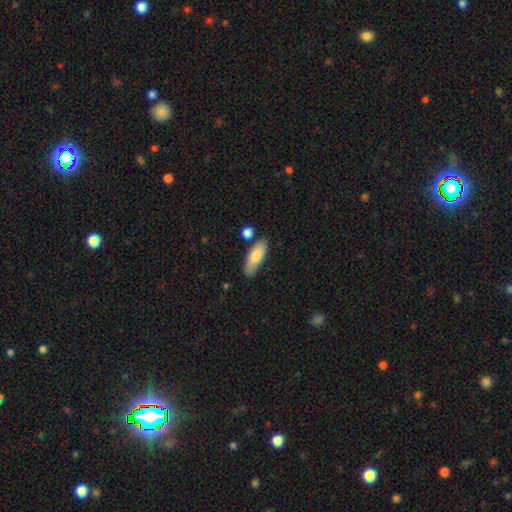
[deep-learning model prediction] smooth-or-featured: smooth: 80% | featured or disk: 14% | star or artifact: 6%
  how-rounded: in between: 70% | cigar-shaped: 28% | round: 2%
  merging: none: 75% | minor disturbance: 16% | merger: 6% | major disturbance: 3%